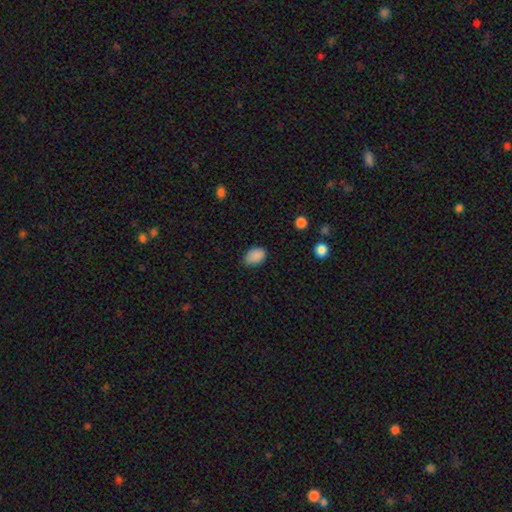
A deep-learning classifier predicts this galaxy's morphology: A smooth galaxy with no disk features (88%) that is in between round and cigar-shaped (84%). Merging: none (77%).